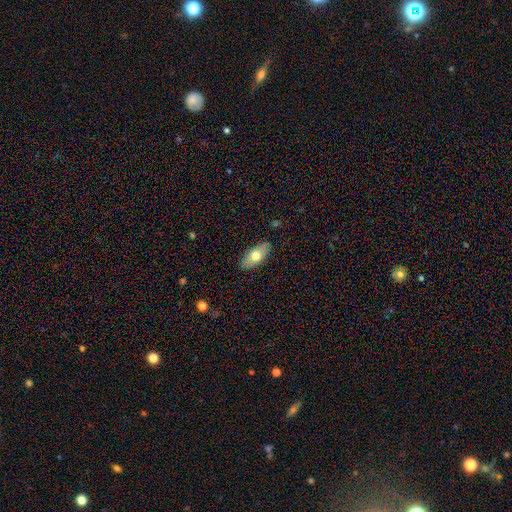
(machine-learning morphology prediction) smooth-or-featured: smooth: 69% | featured or disk: 25% | star or artifact: 6%
  how-rounded: in between: 89% | cigar-shaped: 8% | round: 3%
  merging: none: 87% | minor disturbance: 10% | major disturbance: 2% | merger: 1%